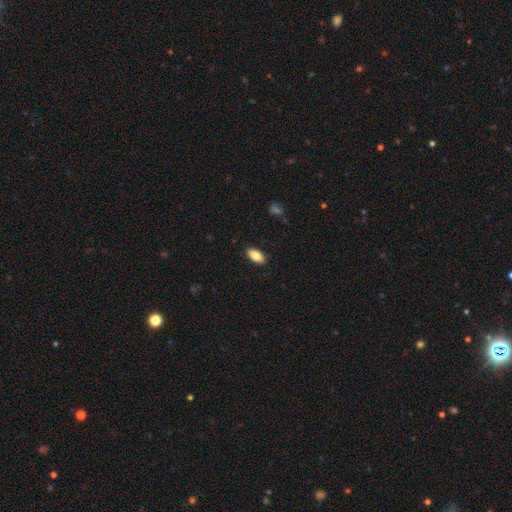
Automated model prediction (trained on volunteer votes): Overall: smooth (83%). How rounded: in between (92%). Merging: none (89%).